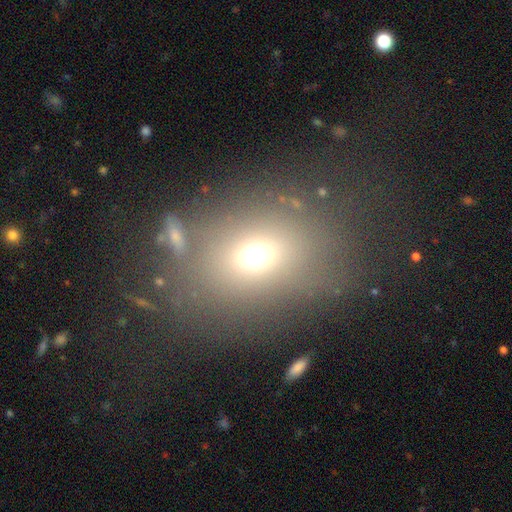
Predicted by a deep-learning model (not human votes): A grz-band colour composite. It shows a smooth galaxy with no disk features (65%) that is in between round and cigar-shaped (52%). Merging: none (66%).